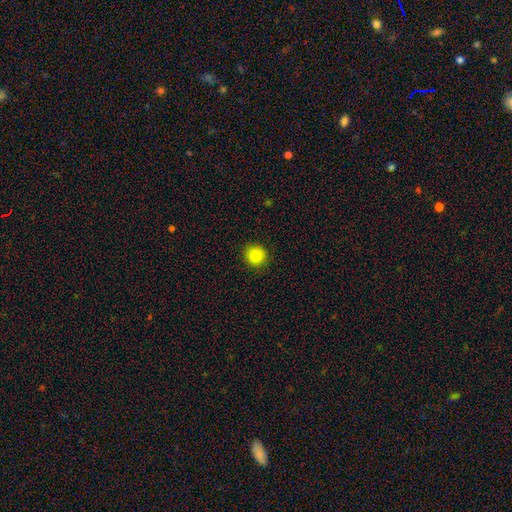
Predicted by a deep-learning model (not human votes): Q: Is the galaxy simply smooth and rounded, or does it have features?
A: smooth — 85%.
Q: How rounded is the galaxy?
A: round — 92%.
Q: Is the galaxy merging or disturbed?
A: none — 91%.